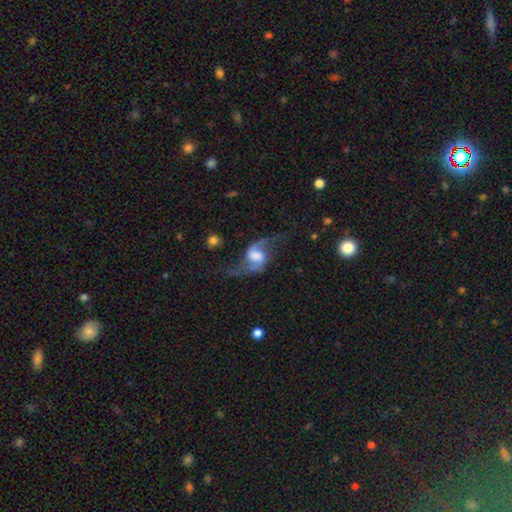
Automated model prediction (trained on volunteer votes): Smooth or featured: featured or disk — 86% (smooth — 8%)
Edge-on disk: no — 96% (yes — 4%)
Bar: weak — 44% (no — 39%)
Spiral arms: yes — 96% (no — 4%)
Spiral winding: loose — 83% (medium — 14%)
Spiral arm count: 2 — 93% (1 — 2%)
Bulge size: large — 43% (moderate — 27%)
Merging: none — 64% (minor disturbance — 16%)